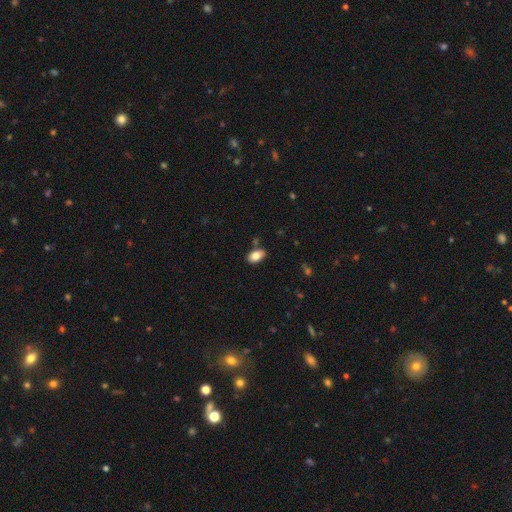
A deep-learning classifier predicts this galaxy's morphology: Overall: smooth (84%). How rounded: in between (91%). Merging: none (80%).